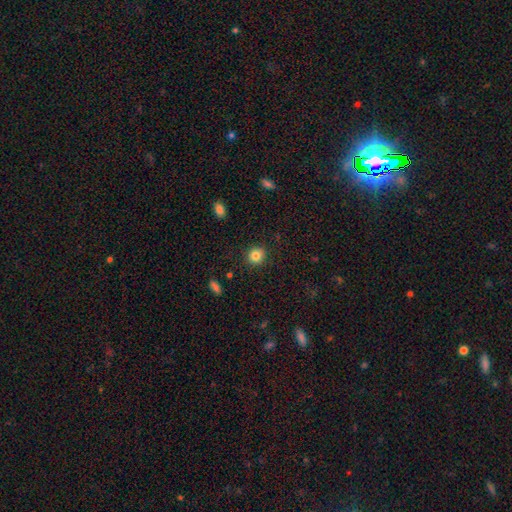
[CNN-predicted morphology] Overall: smooth (84%). How rounded: round (87%). Merging: none (89%).